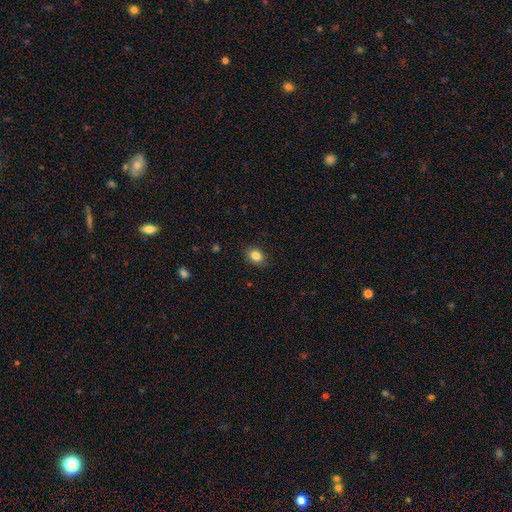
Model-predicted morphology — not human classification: Smooth or featured? Predicted: smooth (p=0.84). How rounded? Predicted: in between (p=0.57). Merging? Predicted: none (p=0.87).